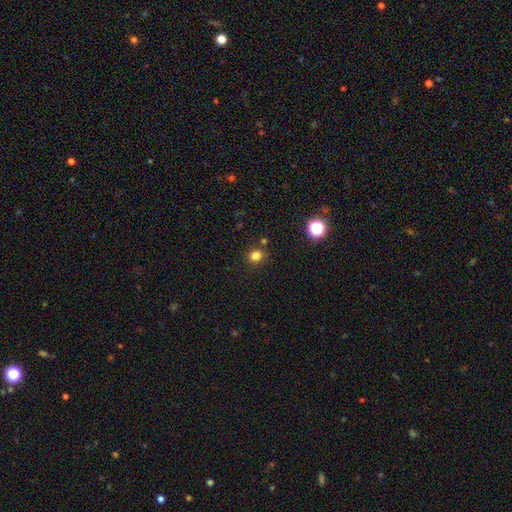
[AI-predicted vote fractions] The model was most divided on "how rounded": round: 79%, in between: 20%, cigar-shaped: 1%. More confident: merging — none (84%); smooth or featured — smooth (80%).